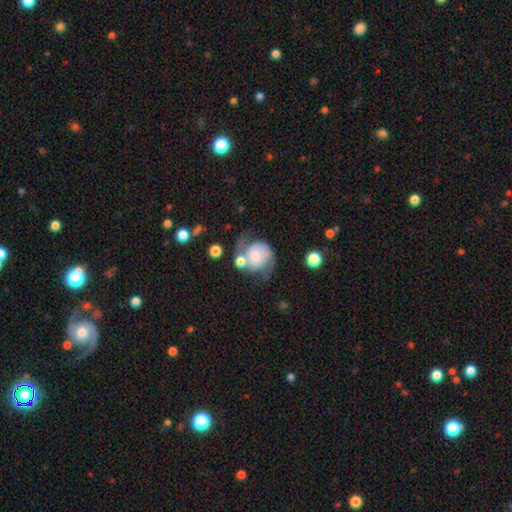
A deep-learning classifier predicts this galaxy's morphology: The model was most divided on "bulge size": small: 40%, moderate: 34%, large: 12%, none: 11%, dominant: 4%. Remaining: edge-on disk — no (98%); spiral arms — yes (93%); spiral arm count — 2 (89%); smooth or featured — featured or disk (73%); bar — no (68%); merging — none (48%); spiral winding — medium (48%).